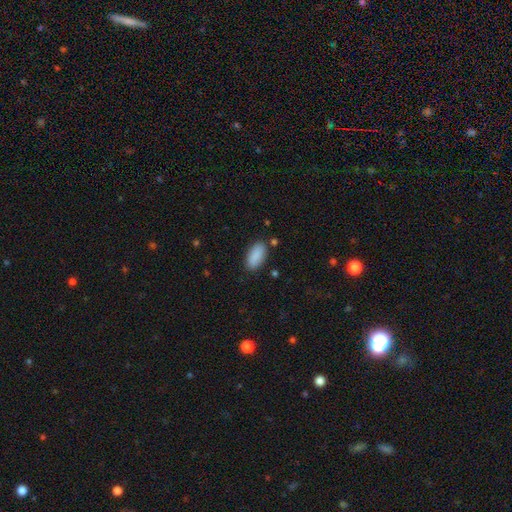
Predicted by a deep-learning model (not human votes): smooth_or_featured: smooth (p=0.90) [alt: star or artifact p=0.06]
how_rounded: in between (p=0.90) [alt: cigar-shaped p=0.08]
merging: none (p=0.85) [alt: minor disturbance p=0.10]